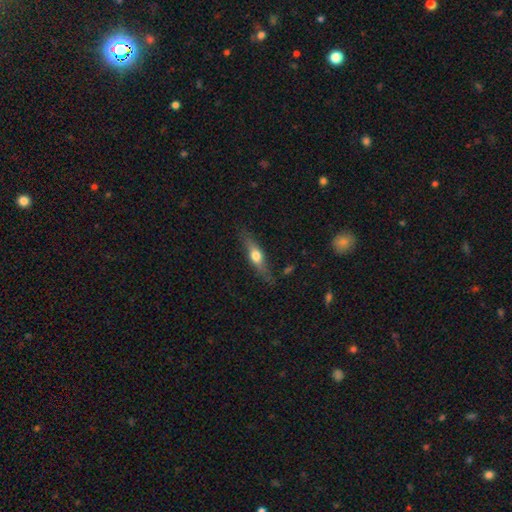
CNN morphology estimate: Smooth or featured: smooth — 49% (featured or disk — 44%)
Merging: none — 76% (minor disturbance — 18%)